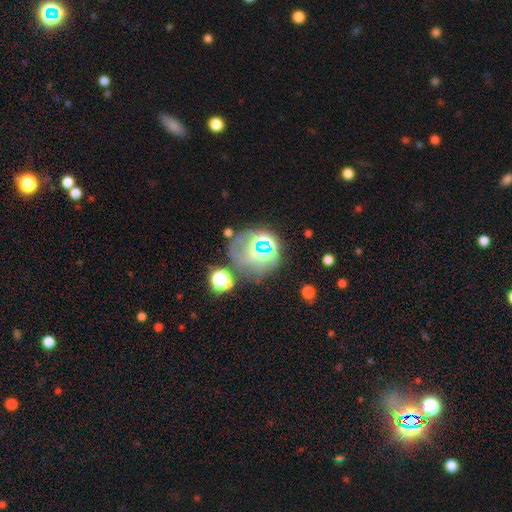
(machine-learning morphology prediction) smooth_or_featured: star or artifact (p=0.41) [alt: featured or disk p=0.34]